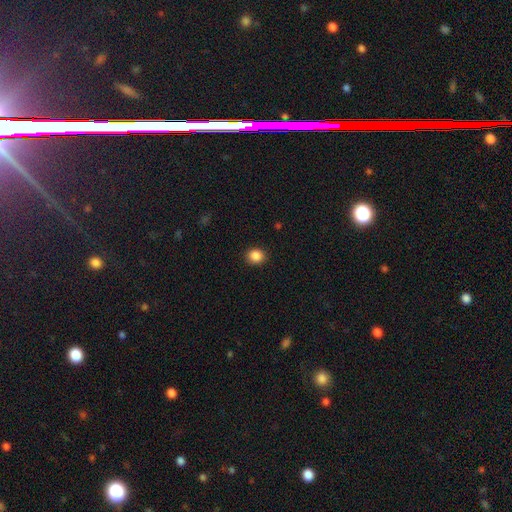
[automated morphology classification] smooth 87%, star or artifact 10%, featured or disk 3%. Down the decision tree: how rounded — round (71%); merging — none (90%).